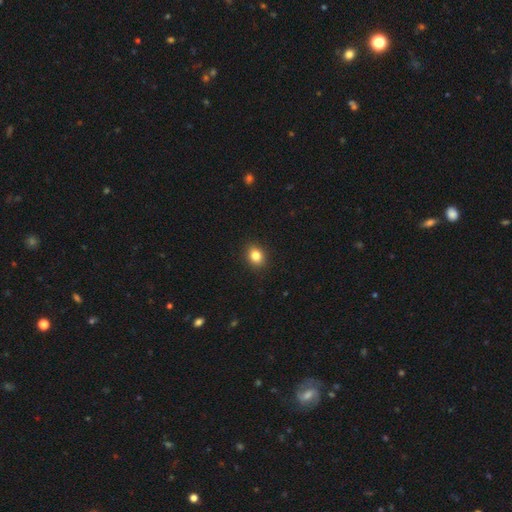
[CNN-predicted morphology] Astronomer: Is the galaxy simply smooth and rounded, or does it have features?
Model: smooth — 83%.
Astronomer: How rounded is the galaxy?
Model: in between — 52% (runner-up: round, 47%).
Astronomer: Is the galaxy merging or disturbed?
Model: none — 90%.